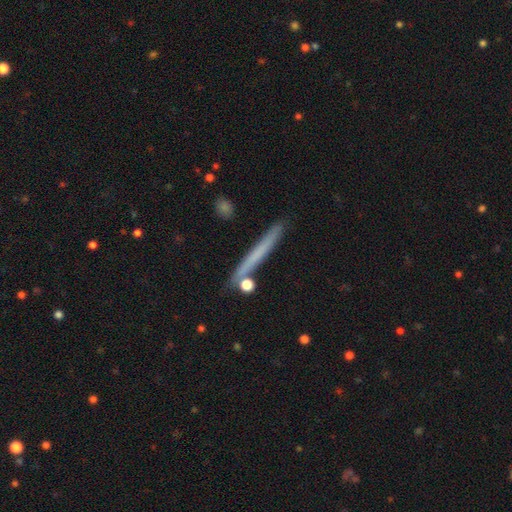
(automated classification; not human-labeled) smooth-or-featured: smooth: 56% | featured or disk: 36% | star or artifact: 8%
  how-rounded: cigar-shaped: 96% | in between: 2% | round: 2%
  merging: none: 85% | minor disturbance: 10% | merger: 4% | major disturbance: 2%